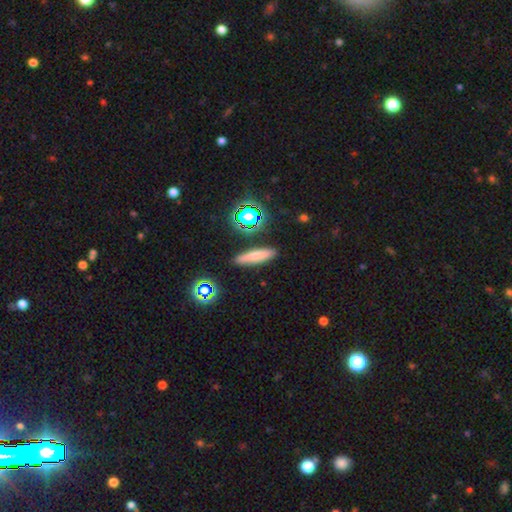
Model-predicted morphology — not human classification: type=smooth (66%); roundness=cigar-shaped (77%); merging=none (87%).